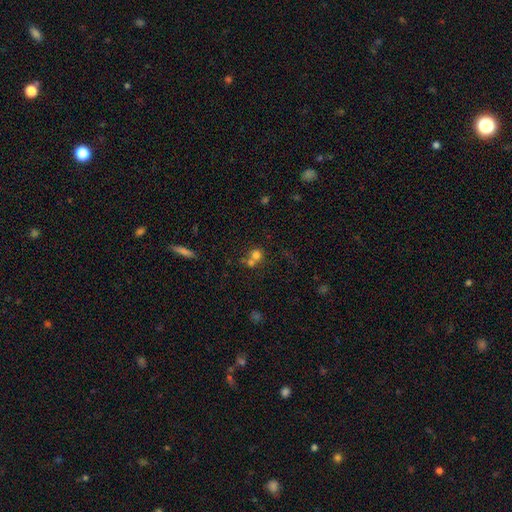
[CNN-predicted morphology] Smooth or featured: smooth — 71% (star or artifact — 15%)
How rounded: round — 85% (in between — 14%)
Merging: merger — 49% (none — 40%)